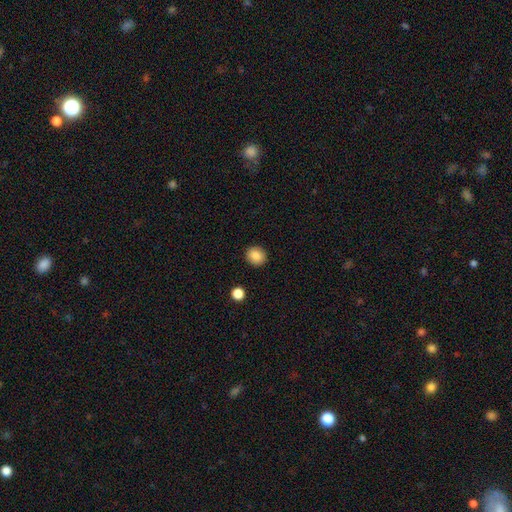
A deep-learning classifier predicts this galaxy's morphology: type=smooth (87%); roundness=round (83%); merging=none (91%).